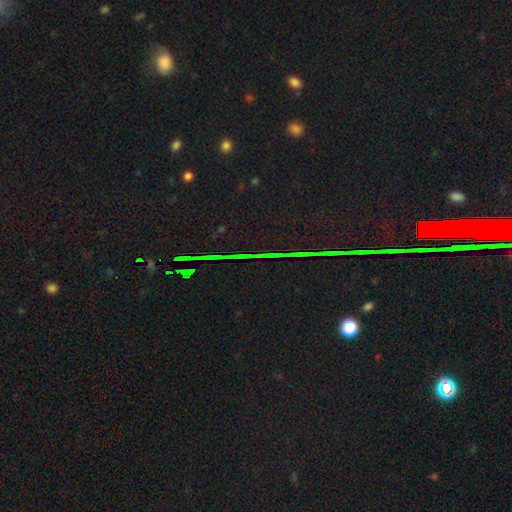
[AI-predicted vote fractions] A star or artifact, not a galaxy (82%).

Vote fractions:
- Smooth or featured? star or artifact: 82% / smooth: 10% / featured or disk: 8%